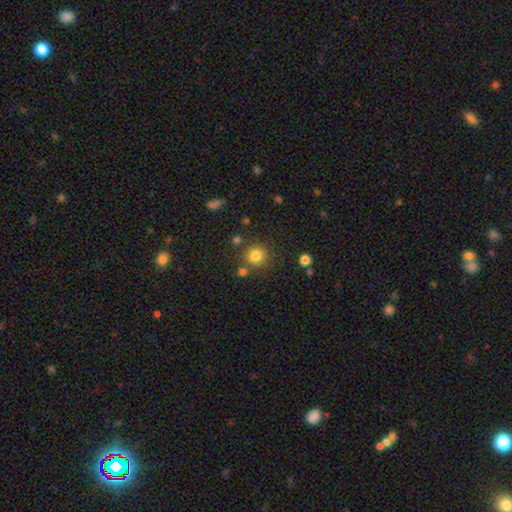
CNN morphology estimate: Smooth or featured: smooth — 81% (star or artifact — 13%)
How rounded: round — 91% (in between — 8%)
Merging: none — 80% (minor disturbance — 9%)